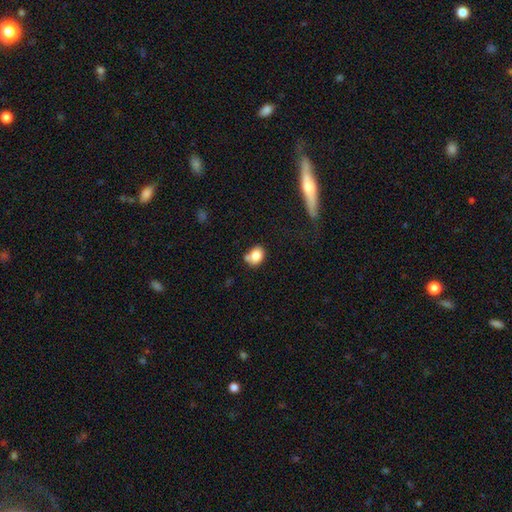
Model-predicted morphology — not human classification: Q: Smooth or featured?
A: smooth (81%); runner-up: featured or disk (9%)
Q: How rounded?
A: in between (55%); runner-up: round (44%)
Q: Merging?
A: none (56%); runner-up: minor disturbance (20%)